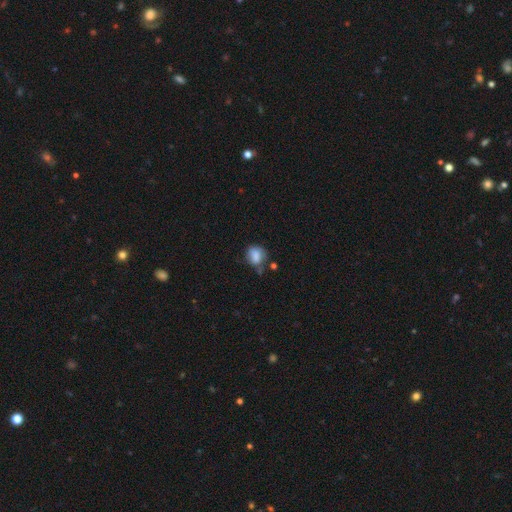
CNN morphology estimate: A smooth galaxy with no disk features (80%) that is round (56%). Merging: none (47%).